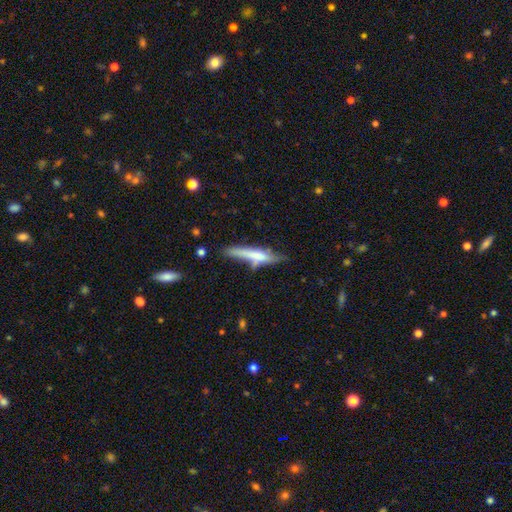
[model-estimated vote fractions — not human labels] smooth_or_featured: smooth (p=0.58) [alt: featured or disk p=0.35]
how_rounded: cigar-shaped (p=0.87) [alt: in between p=0.11]
merging: none (p=0.49) [alt: minor disturbance p=0.25]